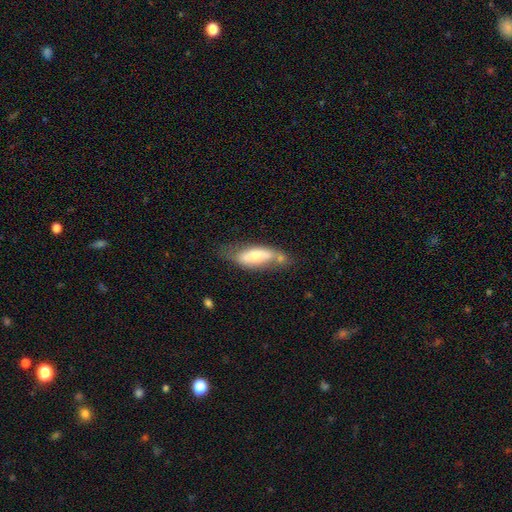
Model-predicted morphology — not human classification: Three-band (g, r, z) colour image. It shows a smooth galaxy with no disk features (56%) that is in between round and cigar-shaped (69%). Merging: none (39%).